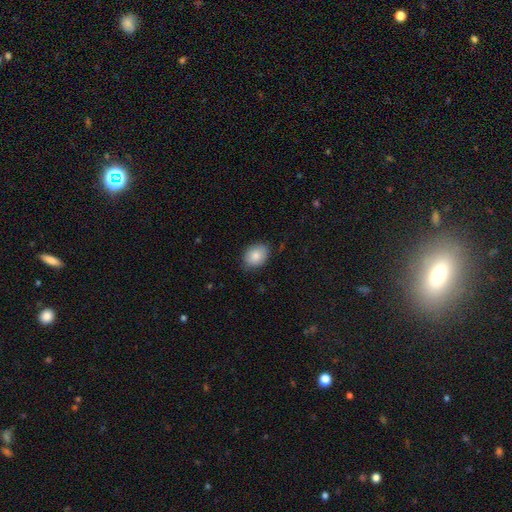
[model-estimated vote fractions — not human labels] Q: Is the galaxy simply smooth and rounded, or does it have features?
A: smooth — 85%.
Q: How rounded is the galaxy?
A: in between — 65%.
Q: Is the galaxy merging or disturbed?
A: none — 82%.